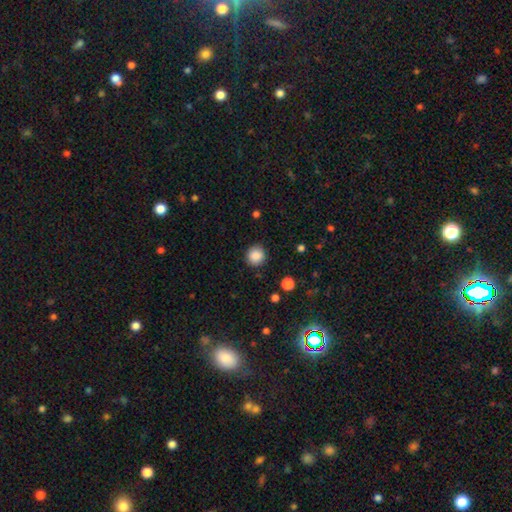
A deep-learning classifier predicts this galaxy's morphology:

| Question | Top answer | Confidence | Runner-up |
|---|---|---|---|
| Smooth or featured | smooth | 87% | star or artifact (9%) |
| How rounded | round | 93% | in between (6%) |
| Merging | none | 90% | minor disturbance (7%) |